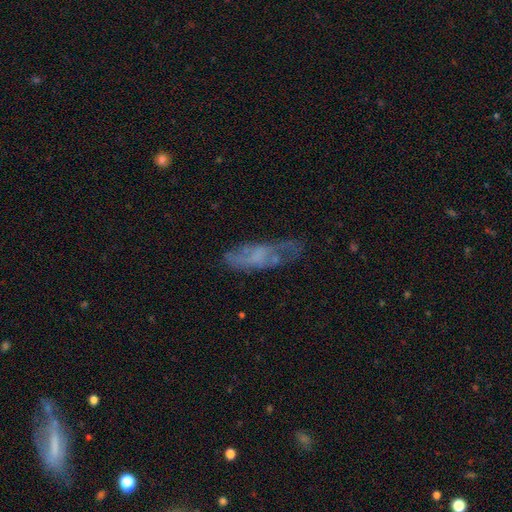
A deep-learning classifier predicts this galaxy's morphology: Overall: featured or disk (50%; smooth 40%). Edge-on disk: no (77%). Merging: none (57%; minor disturbance 25%).